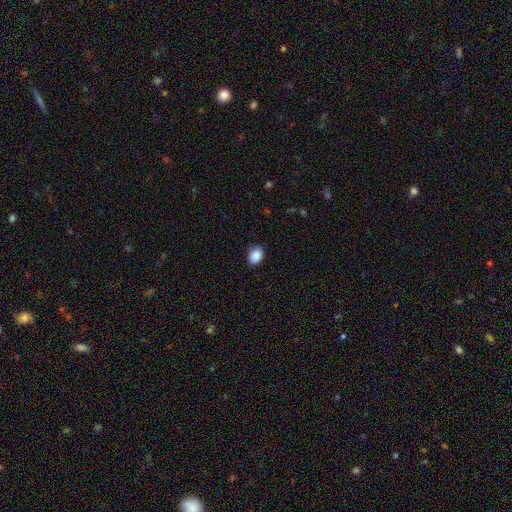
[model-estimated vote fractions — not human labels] Q: Smooth or featured?
A: smooth (89%); runner-up: star or artifact (8%)
Q: How rounded?
A: in between (72%); runner-up: round (27%)
Q: Merging?
A: none (87%); runner-up: minor disturbance (10%)